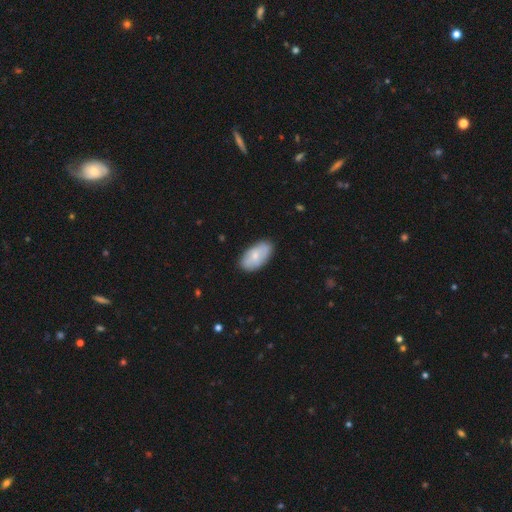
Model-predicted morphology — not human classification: Smooth or featured? smooth (66%)
How rounded? in between (94%)
Merging? none (83%)